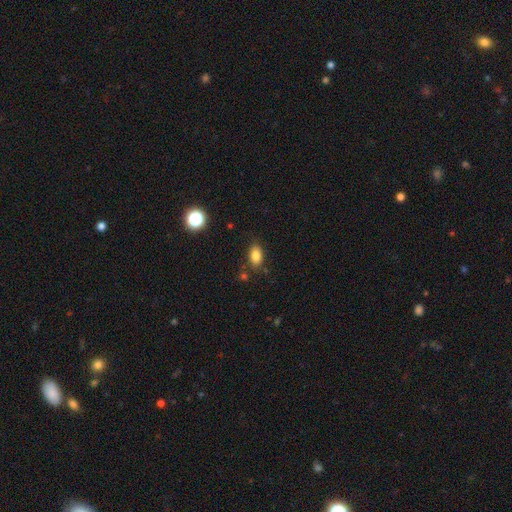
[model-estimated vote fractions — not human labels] smooth 83%, star or artifact 10%, featured or disk 7%. Down the decision tree: how rounded — in between (87%); merging — none (80%).